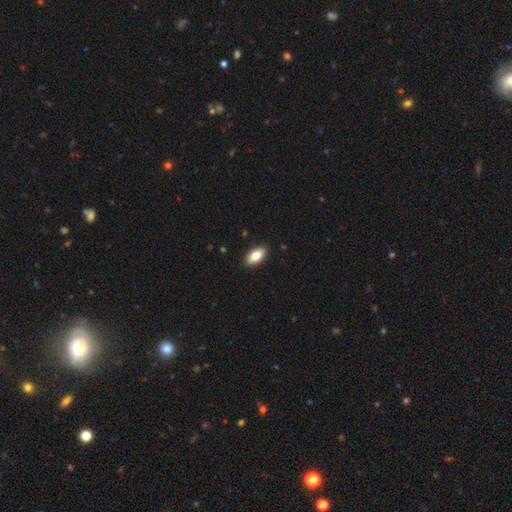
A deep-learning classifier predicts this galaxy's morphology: smooth_or_featured: smooth (p=0.81) [alt: featured or disk p=0.12]
how_rounded: in between (p=0.91) [alt: cigar-shaped p=0.06]
merging: none (p=0.90) [alt: minor disturbance p=0.07]